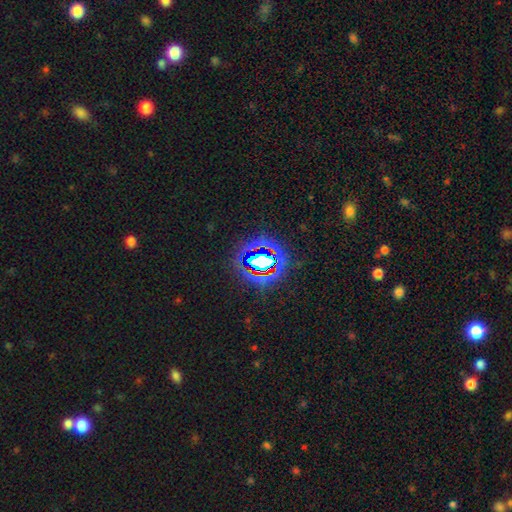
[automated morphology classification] Overall: star or artifact (80%).